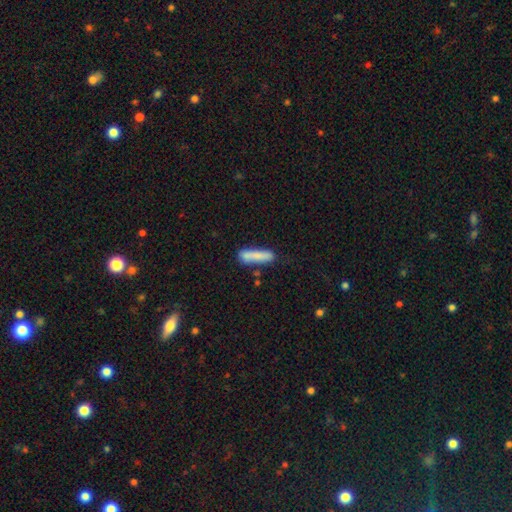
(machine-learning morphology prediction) Smooth or featured: smooth — 79% (featured or disk — 15%)
How rounded: cigar-shaped — 81% (in between — 18%)
Merging: none — 67% (minor disturbance — 18%)